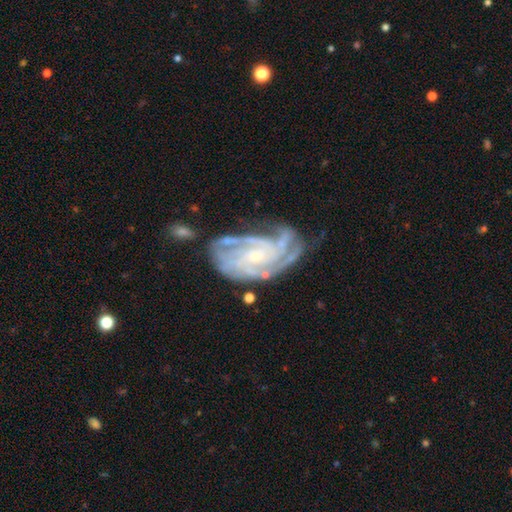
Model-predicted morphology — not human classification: Q: Smooth or featured?
A: featured or disk (90%); runner-up: star or artifact (5%)
Q: Edge-on disk?
A: no (97%); runner-up: yes (3%)
Q: Bar?
A: no (63%); runner-up: weak (28%)
Q: Spiral arms?
A: yes (98%); runner-up: no (2%)
Q: Spiral winding?
A: tight (66%); runner-up: medium (29%)
Q: Spiral arm count?
A: 4 (32%); runner-up: 3 (28%)
Q: Bulge size?
A: small (78%); runner-up: moderate (17%)
Q: Merging?
A: none (56%); runner-up: minor disturbance (26%)